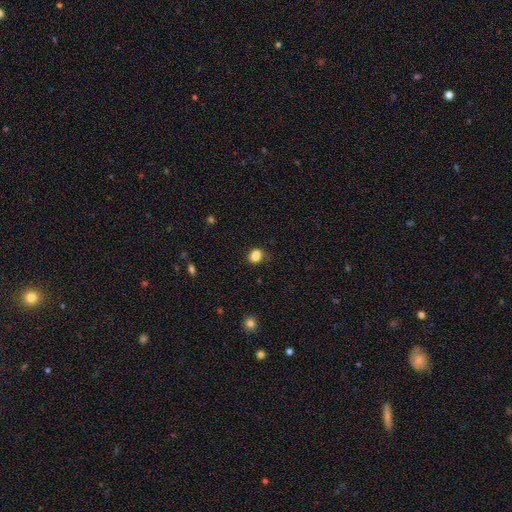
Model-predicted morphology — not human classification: type=smooth (85%); roundness=in between (50%); merging=none (74%).